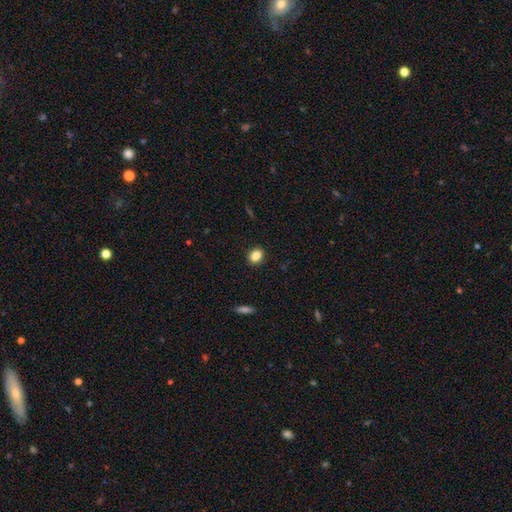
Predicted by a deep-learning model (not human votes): Smooth or featured? smooth (85%)
How rounded? round (55%)
Merging? none (91%)